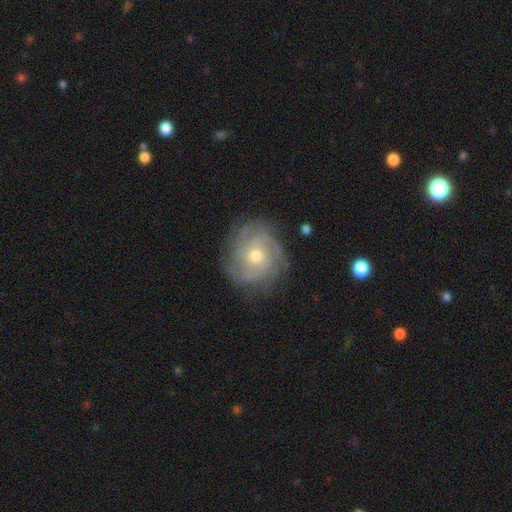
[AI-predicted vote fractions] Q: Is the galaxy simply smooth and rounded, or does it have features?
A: featured or disk — 77%.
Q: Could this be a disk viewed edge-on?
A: no — 97%.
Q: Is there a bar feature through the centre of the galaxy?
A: no — 79%.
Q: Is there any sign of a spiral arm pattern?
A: yes — 91%.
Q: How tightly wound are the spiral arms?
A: tight — 62%.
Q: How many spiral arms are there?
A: can't tell — 37%.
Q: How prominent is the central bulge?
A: moderate — 57%.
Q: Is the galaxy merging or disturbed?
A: none — 78%.